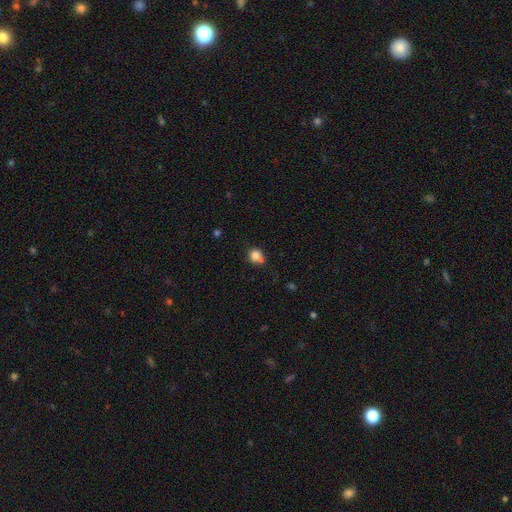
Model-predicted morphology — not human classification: A smooth galaxy with no disk features (81%) that is round (83%).

Vote fractions:
- Smooth or featured? smooth: 81% / star or artifact: 11% / featured or disk: 8%
- How rounded? round: 83% / in between: 16% / cigar-shaped: 1%
- Merging? none: 56% / merger: 22% / minor disturbance: 17% / major disturbance: 5%